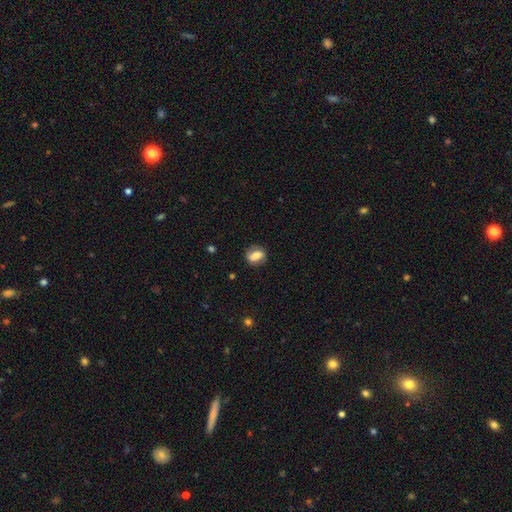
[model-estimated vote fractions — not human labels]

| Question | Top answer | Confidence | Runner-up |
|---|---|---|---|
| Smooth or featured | smooth | 68% | featured or disk (24%) |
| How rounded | in between | 63% | round (33%) |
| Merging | none | 78% | minor disturbance (16%) |